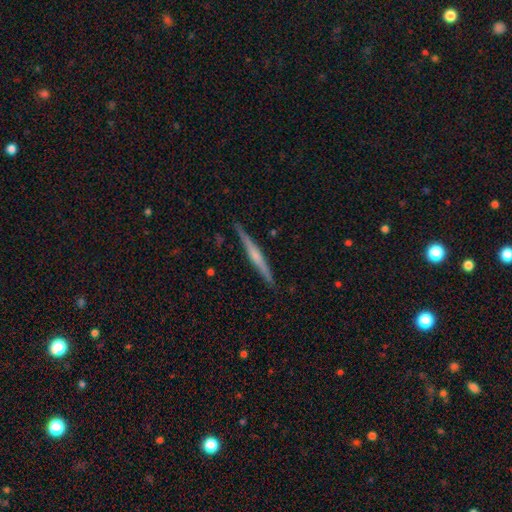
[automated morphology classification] Smooth or featured? featured or disk (69%)
Edge-on disk? yes (98%)
Edge-on bulge? rounded (58%)
Merging? none (91%)